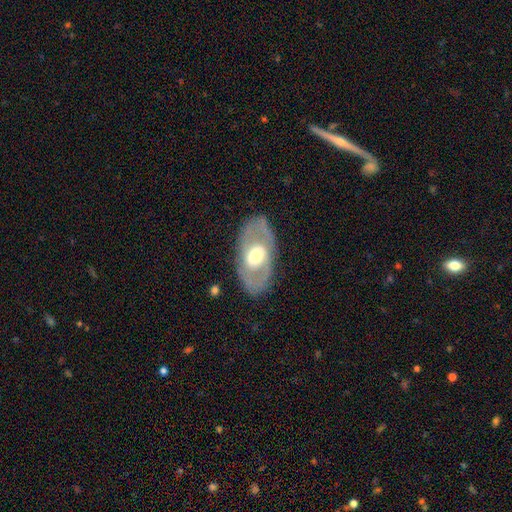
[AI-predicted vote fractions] Smooth or featured: featured or disk — 68% (smooth — 27%)
Edge-on disk: no — 91% (yes — 9%)
Bar: no — 41% (weak — 40%)
Spiral arms: yes — 50% (tied with no — 50%)
Bulge size: moderate — 62% (large — 25%)
Merging: none — 81% (minor disturbance — 12%)